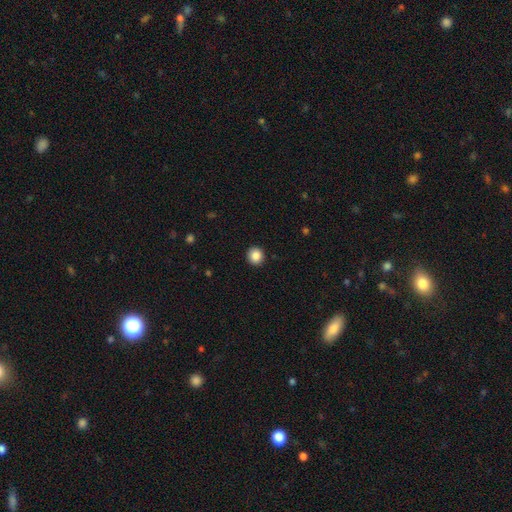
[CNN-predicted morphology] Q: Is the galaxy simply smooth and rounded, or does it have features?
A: smooth — 87%.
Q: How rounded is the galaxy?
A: round — 92%.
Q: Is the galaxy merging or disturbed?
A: none — 92%.